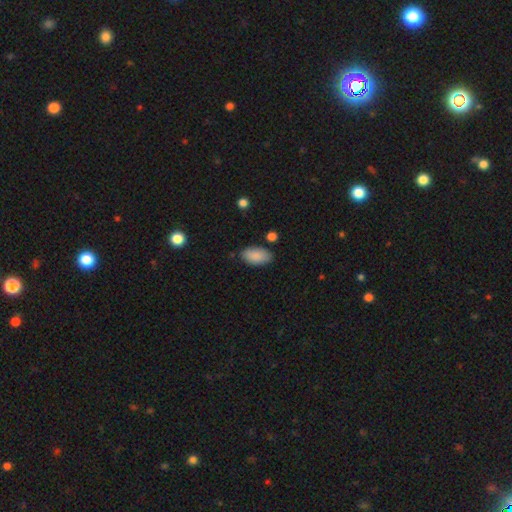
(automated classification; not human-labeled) This appears to be a smooth galaxy with no disk features (88%) that is in between round and cigar-shaped (95%). Merging: none (82%).